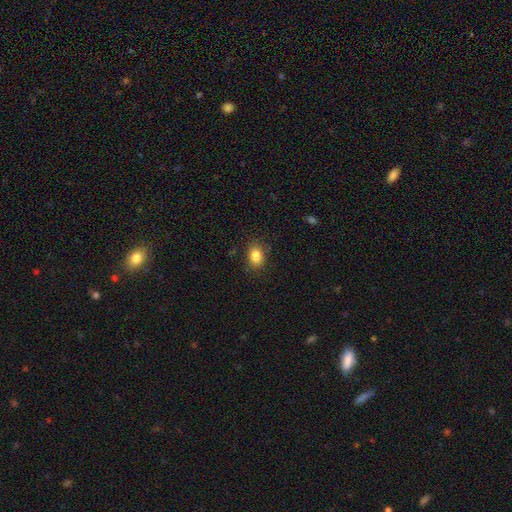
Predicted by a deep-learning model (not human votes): Morphology: type=smooth (83%); roundness=in between (66%); merging=none (83%).